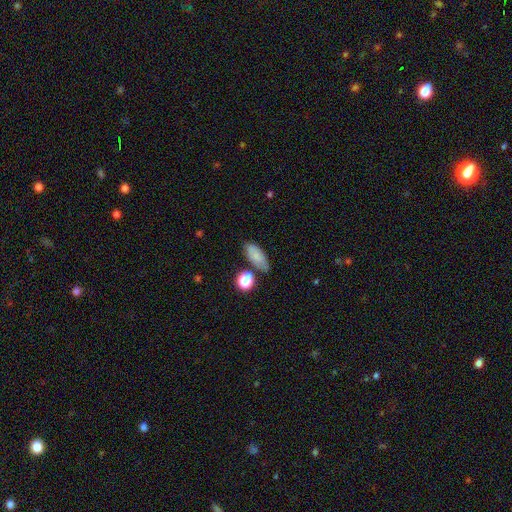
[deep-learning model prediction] Morphology: type=smooth (78%); roundness=in between (84%); merging=none (67%).